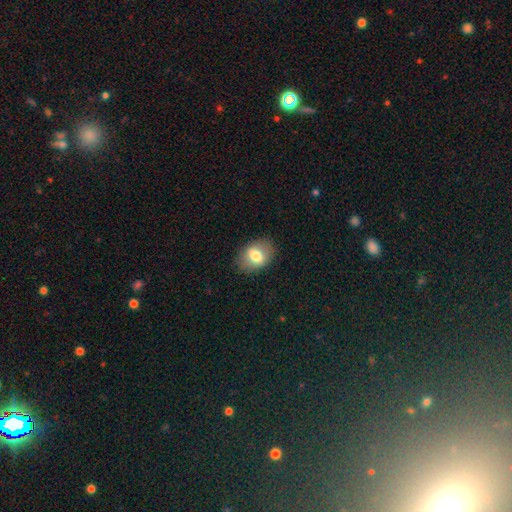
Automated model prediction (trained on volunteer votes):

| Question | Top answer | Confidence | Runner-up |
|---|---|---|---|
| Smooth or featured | smooth | 72% | featured or disk (21%) |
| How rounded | in between | 78% | round (21%) |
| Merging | none | 84% | minor disturbance (11%) |